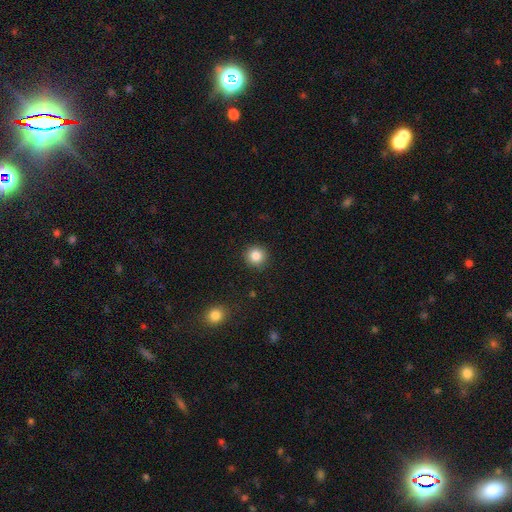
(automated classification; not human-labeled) The model was most divided on "smooth or featured": smooth: 85%, star or artifact: 10%, featured or disk: 5%. More confident: how rounded — round (94%); merging — none (91%).